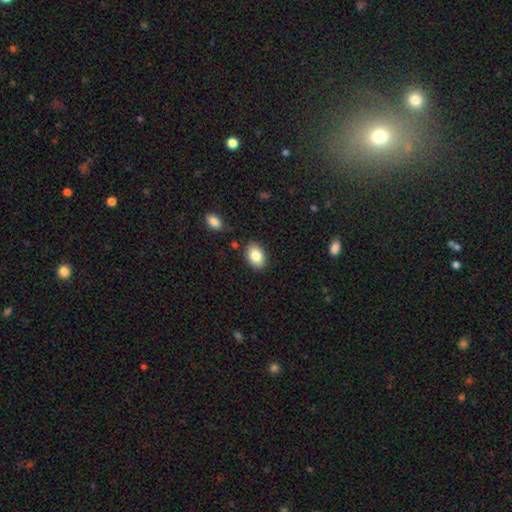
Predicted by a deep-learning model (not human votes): This is clearly a smooth galaxy (84%). How rounded: clearly in between (85%). Merging: clearly none (85%).